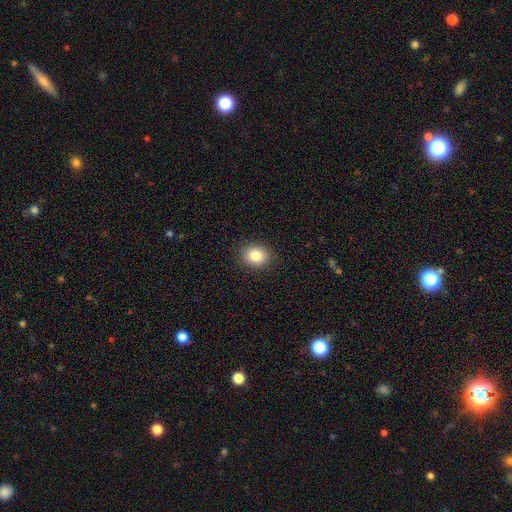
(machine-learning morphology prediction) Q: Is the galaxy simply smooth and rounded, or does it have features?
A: smooth — 84%.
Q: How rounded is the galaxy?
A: round — 61%.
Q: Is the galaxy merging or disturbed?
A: none — 89%.